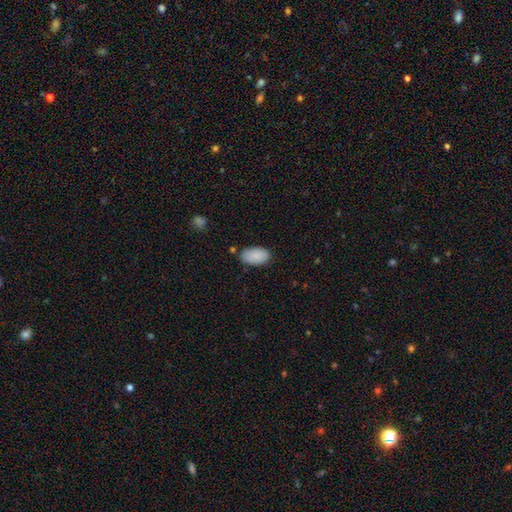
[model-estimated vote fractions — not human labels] smooth 88%, star or artifact 6%, featured or disk 6%. Down the decision tree: how rounded — in between (95%); merging — none (78%).